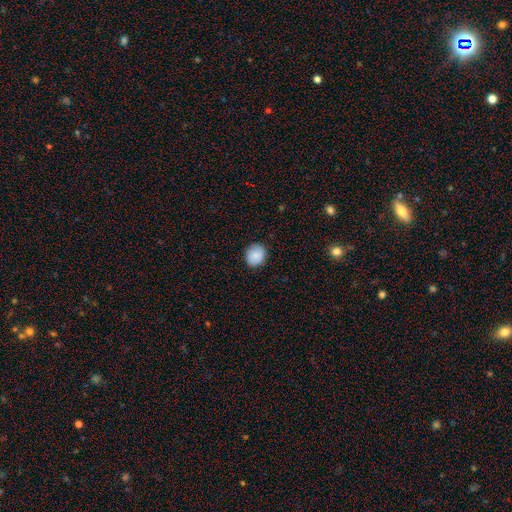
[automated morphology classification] This is clearly a smooth galaxy (86%). How rounded: likely round (75%). Merging: clearly none (86%).